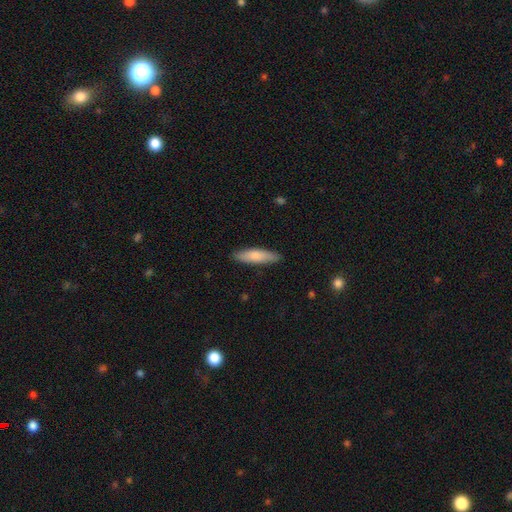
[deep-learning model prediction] Smooth or featured: smooth — 79% (featured or disk — 16%)
How rounded: cigar-shaped — 70% (in between — 28%)
Merging: none — 88% (minor disturbance — 10%)